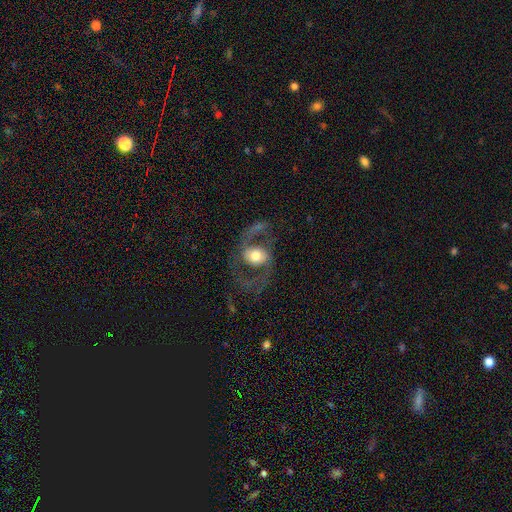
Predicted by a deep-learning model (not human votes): Smooth or featured: featured or disk — 77% (smooth — 16%)
Edge-on disk: no — 97% (yes — 3%)
Bar: no — 57% (weak — 31%)
Spiral arms: yes — 87% (no — 13%)
Spiral winding: medium — 46% (tied with loose — 46%)
Spiral arm count: 2 — 91% (can't tell — 3%)
Bulge size: moderate — 54% (large — 33%)
Merging: none — 60% (major disturbance — 23%)